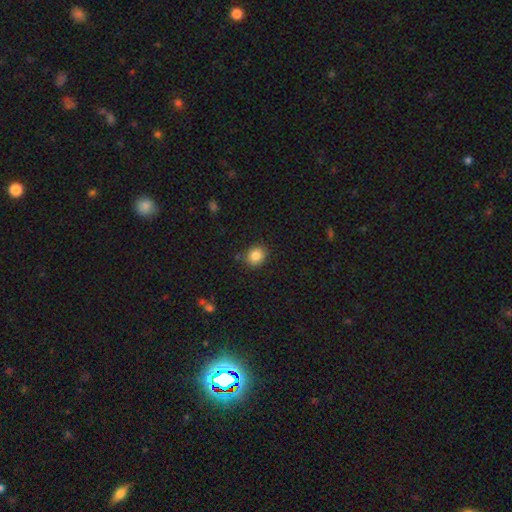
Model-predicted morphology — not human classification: type=smooth (85%); roundness=round (69%); merging=none (84%).